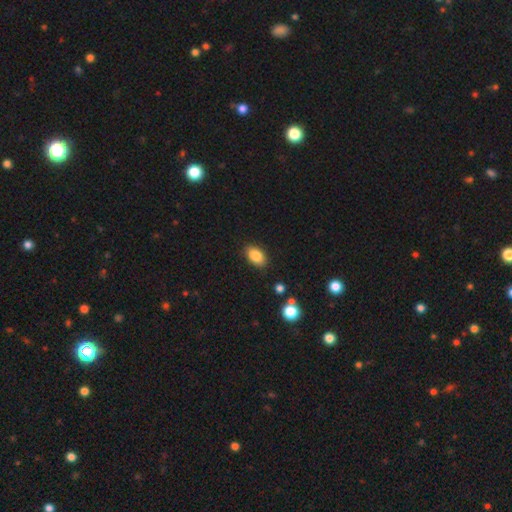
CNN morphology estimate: The model was most divided on "merging": none: 86%, minor disturbance: 10%, major disturbance: 2%, merger: 2%. More confident: how rounded — in between (88%); smooth or featured — smooth (86%).